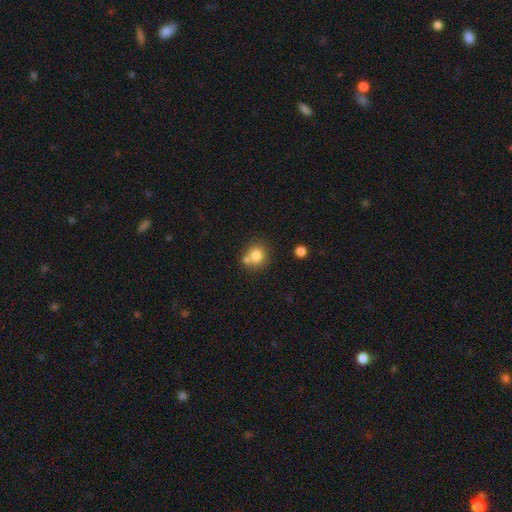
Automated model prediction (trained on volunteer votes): A smooth galaxy with no disk features (80%) that is round (85%).

Vote fractions:
- Smooth or featured? smooth: 80% / star or artifact: 11% / featured or disk: 9%
- How rounded? round: 85% / in between: 14% / cigar-shaped: 1%
- Merging? none: 59% / merger: 28% / minor disturbance: 10% / major disturbance: 3%